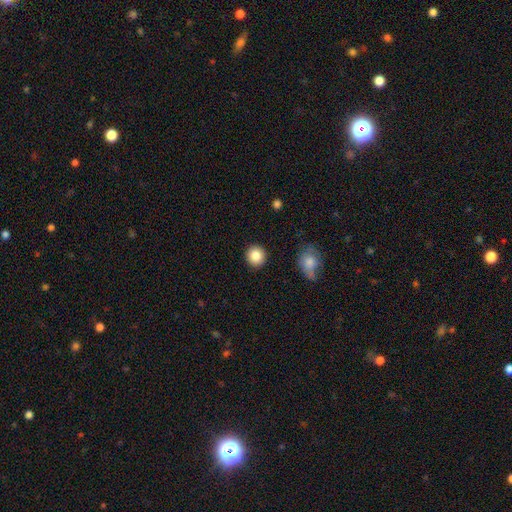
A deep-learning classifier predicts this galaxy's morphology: smooth 85%, star or artifact 9%, featured or disk 6%. Down the decision tree: how rounded — round (91%); merging — none (91%).